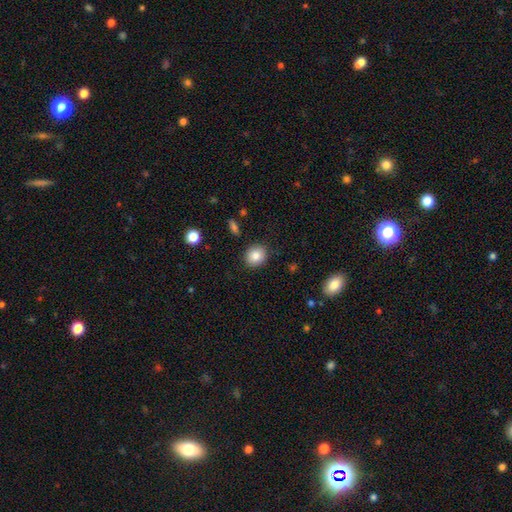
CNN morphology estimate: Smooth or featured?
  - smooth: 84% *
  - star or artifact: 9%
  - featured or disk: 7%
How rounded?
  - round: 76% *
  - in between: 23%
  - cigar-shaped: 1%
Merging?
  - none: 89% *
  - minor disturbance: 7%
  - major disturbance: 2%
  - merger: 1%